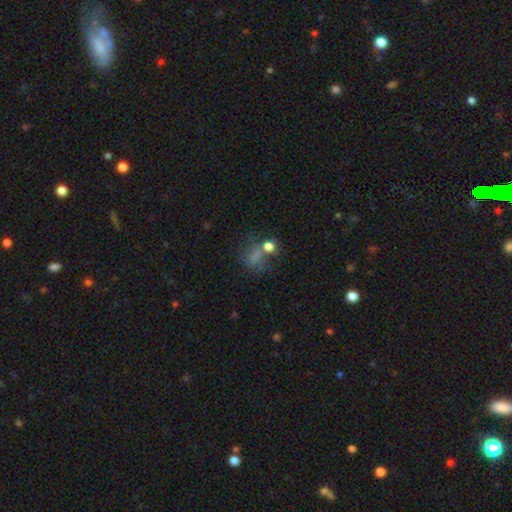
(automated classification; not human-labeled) Smooth or featured? smooth (60%)
How rounded? in between (50%)
Merging? none (39%)